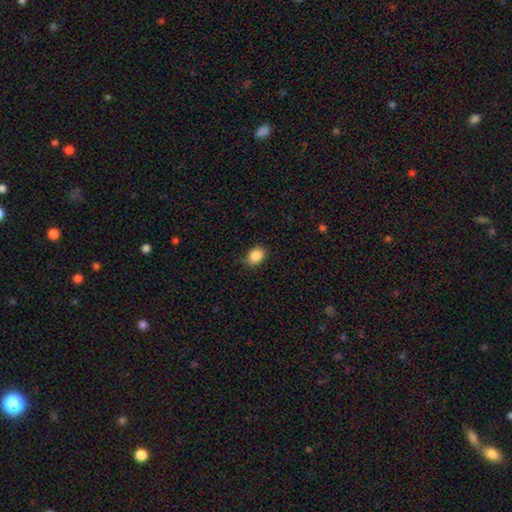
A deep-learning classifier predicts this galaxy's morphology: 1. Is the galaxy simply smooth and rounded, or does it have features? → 87% smooth, 9% star or artifact, 4% featured or disk.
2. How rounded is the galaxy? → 60% in between, 39% round, 1% cigar-shaped.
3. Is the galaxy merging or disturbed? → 83% none, 14% minor disturbance, 3% major disturbance, 1% merger.